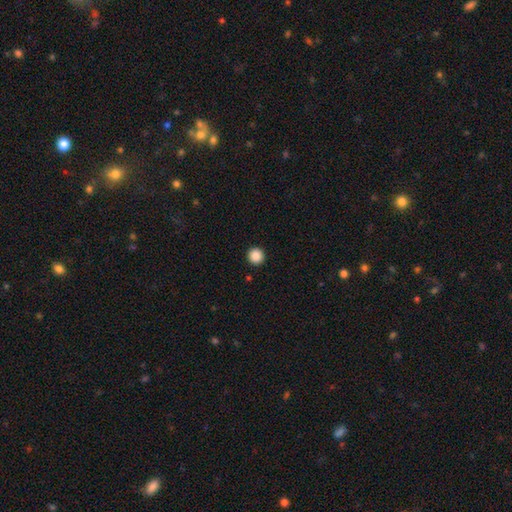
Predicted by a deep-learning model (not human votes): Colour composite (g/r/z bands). It shows a smooth galaxy with no disk features (88%) that is round (96%). Merging: none (94%).